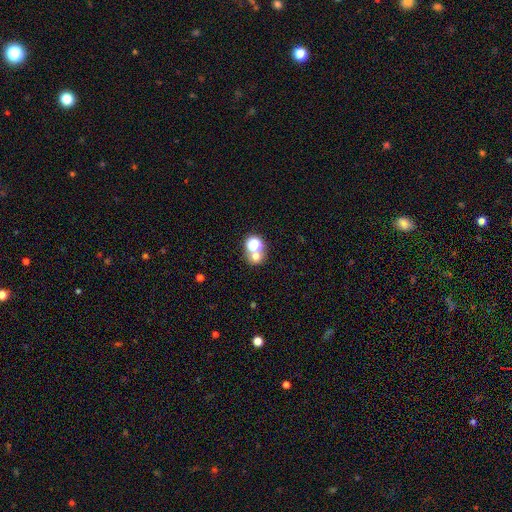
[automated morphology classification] A smooth galaxy with no disk features (61%) that is round (80%).

Vote fractions:
- Smooth or featured? smooth: 61% / star or artifact: 28% / featured or disk: 11%
- How rounded? round: 80% / in between: 19% / cigar-shaped: 1%
- Merging? none: 53% / merger: 36% / minor disturbance: 6% / major disturbance: 4%